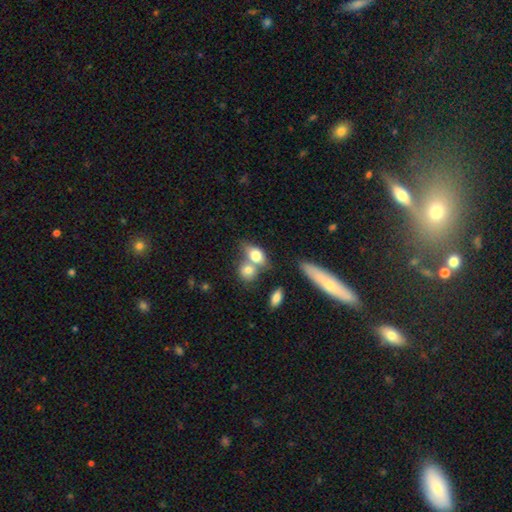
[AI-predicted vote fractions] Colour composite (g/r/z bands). It shows a smooth galaxy with no disk features (75%) that is in between round and cigar-shaped (68%). Merging: merger (52%).